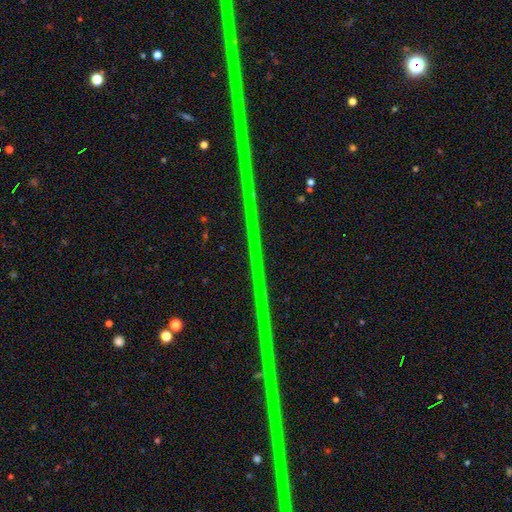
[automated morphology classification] smooth-or-featured: star or artifact: 90% | featured or disk: 7% | smooth: 4%